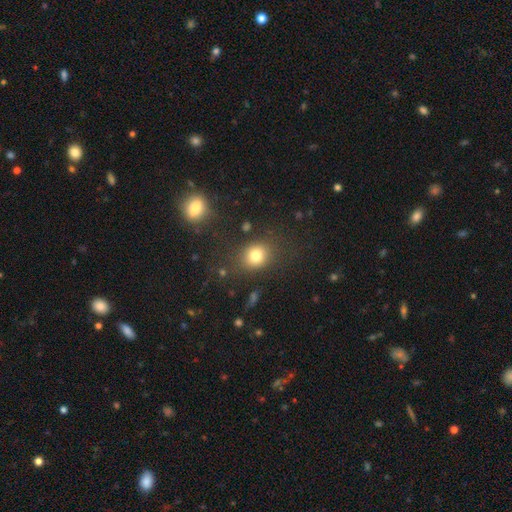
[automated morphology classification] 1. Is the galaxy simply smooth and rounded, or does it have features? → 80% smooth, 12% star or artifact, 8% featured or disk.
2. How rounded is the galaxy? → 64% round, 35% in between, 1% cigar-shaped.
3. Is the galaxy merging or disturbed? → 79% none, 12% minor disturbance, 5% major disturbance, 4% merger.